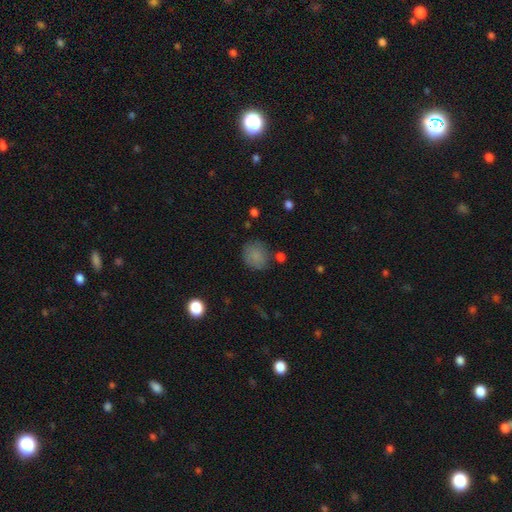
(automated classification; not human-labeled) A smooth galaxy with no disk features (82%) that is round (78%). Merging: none (73%).